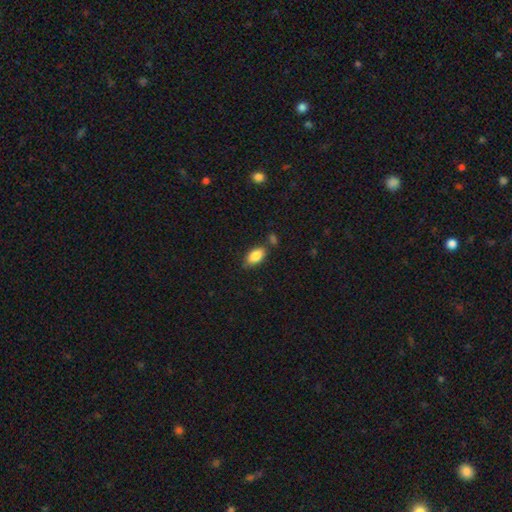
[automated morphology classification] smooth 86%, star or artifact 7%, featured or disk 7%. Down the decision tree: how rounded — in between (91%); merging — none (72%).